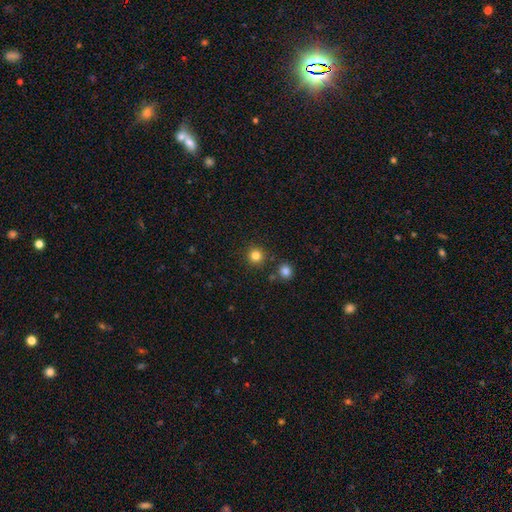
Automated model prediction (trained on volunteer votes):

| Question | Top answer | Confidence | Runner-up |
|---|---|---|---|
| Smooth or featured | smooth | 82% | star or artifact (13%) |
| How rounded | round | 94% | in between (5%) |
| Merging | none | 88% | minor disturbance (6%) |